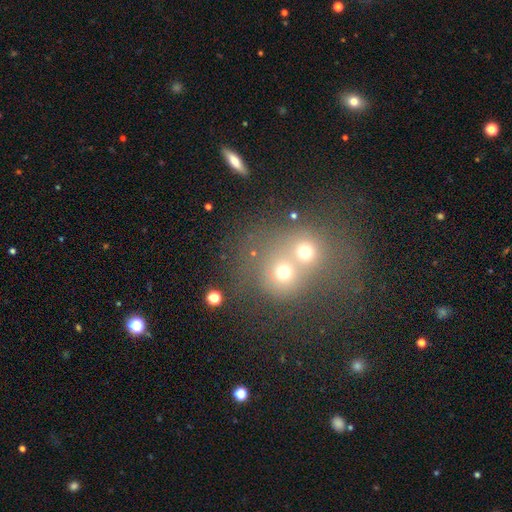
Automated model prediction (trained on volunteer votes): Smooth or featured? Predicted: smooth (p=0.50). Merging? Predicted: merger (p=0.61).